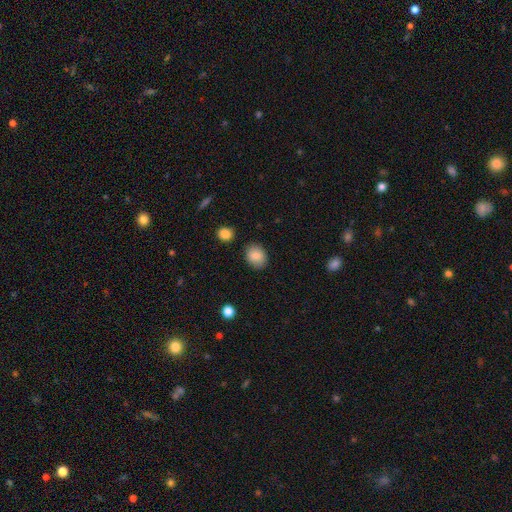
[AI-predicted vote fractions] A smooth galaxy with no disk features (85%) that is in between round and cigar-shaped (56%).

Vote fractions:
- Smooth or featured? smooth: 85% / star or artifact: 8% / featured or disk: 7%
- How rounded? in between: 56% / round: 43% / cigar-shaped: 1%
- Merging? none: 85% / minor disturbance: 10% / major disturbance: 2% / merger: 2%